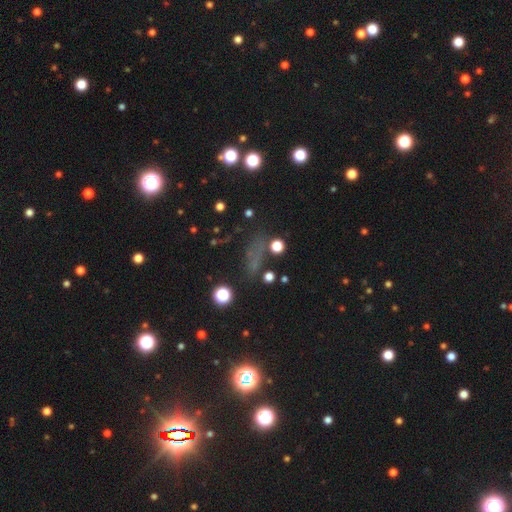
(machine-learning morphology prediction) A star or artifact, not a galaxy (52%).

Vote fractions:
- Smooth or featured? star or artifact: 52% / smooth: 35% / featured or disk: 13%